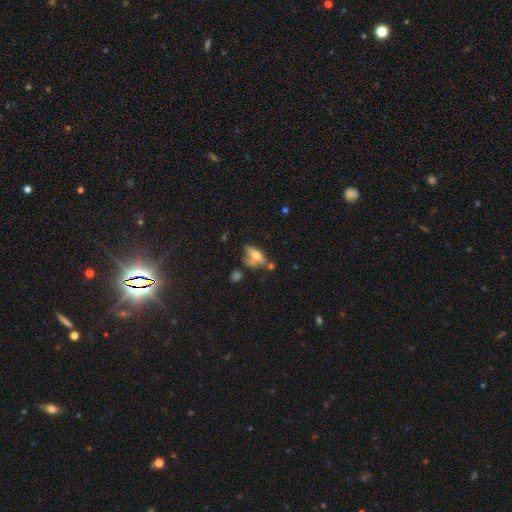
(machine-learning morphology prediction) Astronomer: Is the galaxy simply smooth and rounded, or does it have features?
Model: smooth — 55% (runner-up: featured or disk, 35%).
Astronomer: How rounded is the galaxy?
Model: in between — 76%.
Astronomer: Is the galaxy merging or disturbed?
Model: none — 37% (runner-up: minor disturbance, 23%).